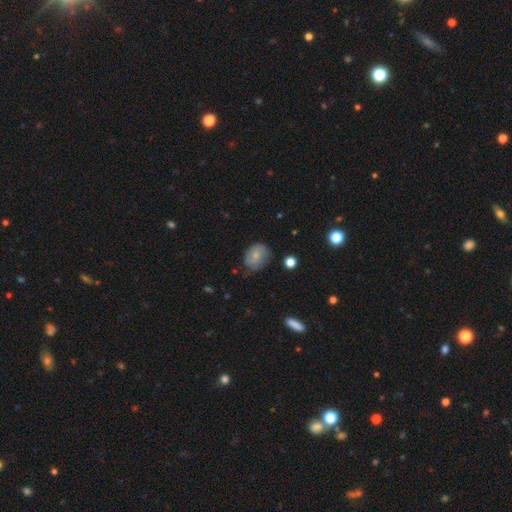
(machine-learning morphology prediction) Smooth or featured? smooth (67%)
How rounded? in between (56%)
Merging? none (56%)